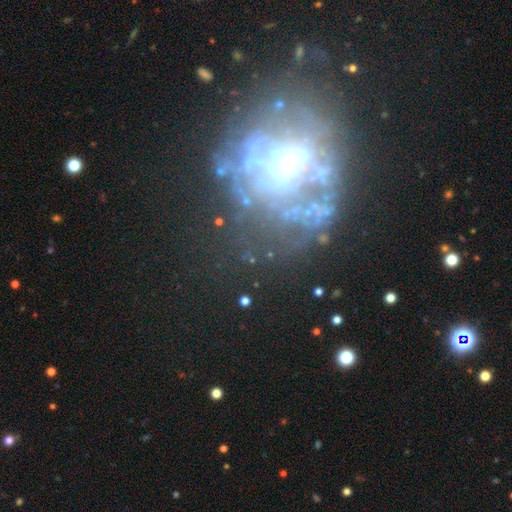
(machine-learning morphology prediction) A featured or disk galaxy (67%) with no bar (42%), no spiral arms (67%) and a moderate central bulge (47%). Merging: none (52%).